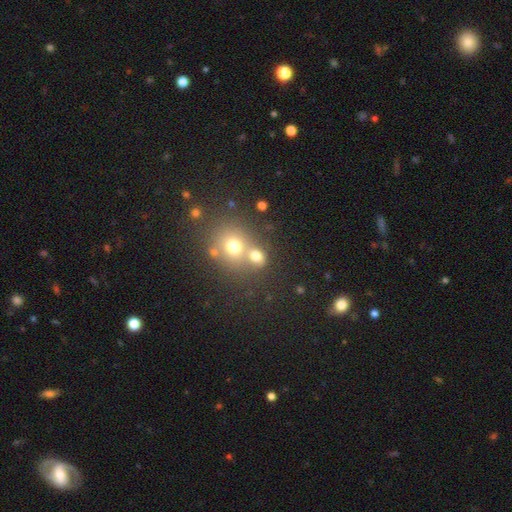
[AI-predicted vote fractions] smooth_or_featured: smooth (p=0.71) [alt: star or artifact p=0.17]
how_rounded: round (p=0.65) [alt: in between p=0.34]
merging: merger (p=0.44) [alt: none p=0.43]